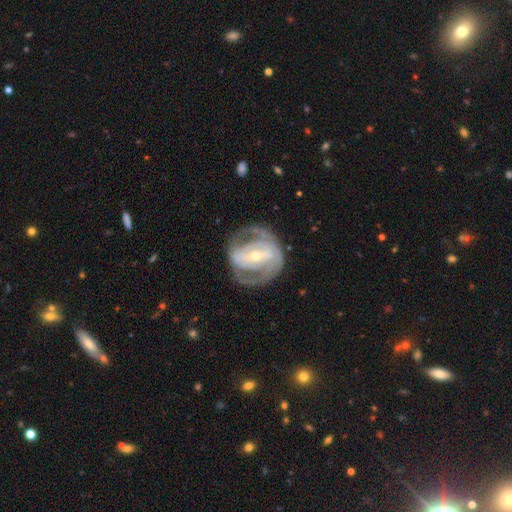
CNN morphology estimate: Smooth or featured?
  - featured or disk: 82% *
  - smooth: 13%
  - star or artifact: 5%
Edge-on disk?
  - no: 95% *
  - yes: 5%
Bar?
  - strong: 49% *
  - weak: 33%
  - no: 18%
Spiral arms?
  - yes: 75% *
  - no: 25%
Spiral winding?
  - tight: 49% *
  - medium: 37%
  - loose: 13%
Spiral arm count?
  - 2: 61% *
  - can't tell: 24%
  - 3: 7%
  - 1: 4%
  - 4: 2%
  - more than 4: 2%
Bulge size?
  - small: 58% *
  - moderate: 38%
  - large: 3%
  - none: 1%
  - dominant: 1%
Merging?
  - none: 67% *
  - minor disturbance: 17%
  - major disturbance: 14%
  - merger: 2%